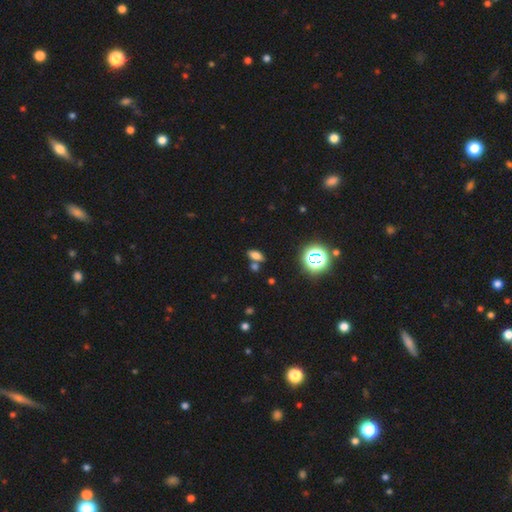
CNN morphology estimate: Smooth or featured: smooth — 68% (star or artifact — 21%)
How rounded: in between — 80% (cigar-shaped — 12%)
Merging: none — 66% (merger — 19%)